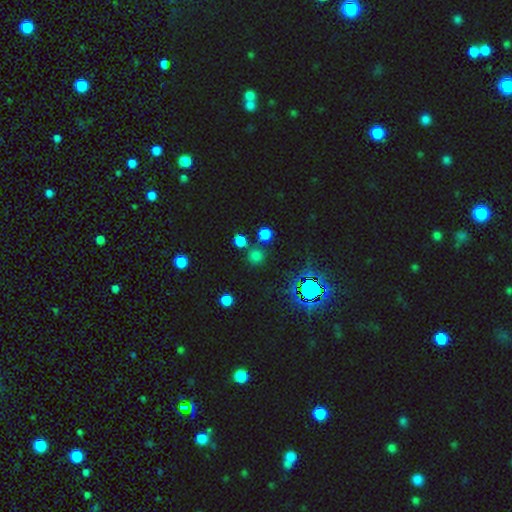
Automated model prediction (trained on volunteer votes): A smooth galaxy with no disk features (64%) that is round (91%). Merging: none (72%).